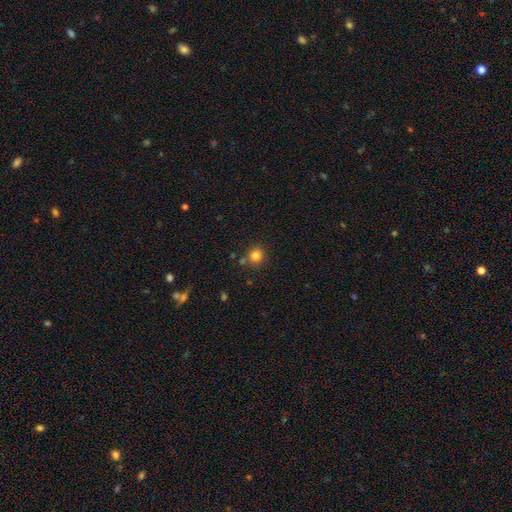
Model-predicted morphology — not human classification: smooth_or_featured: smooth (p=0.81) [alt: star or artifact p=0.13]
how_rounded: round (p=0.90) [alt: in between p=0.09]
merging: none (p=0.78) [alt: minor disturbance p=0.10]